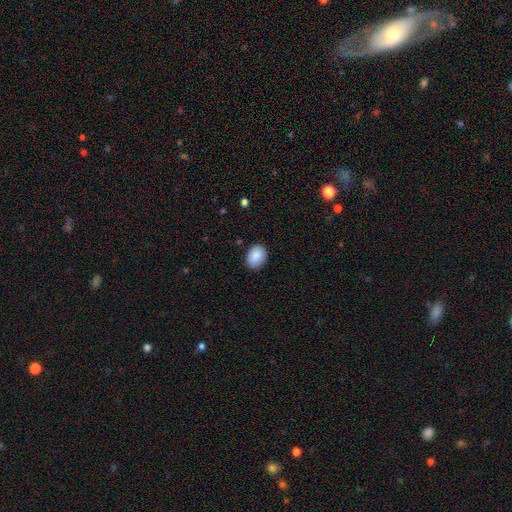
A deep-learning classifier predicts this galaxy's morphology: The model was most divided on "how rounded": in between: 71%, round: 28%, cigar-shaped: 1%. More confident: smooth or featured — smooth (89%); merging — none (84%).